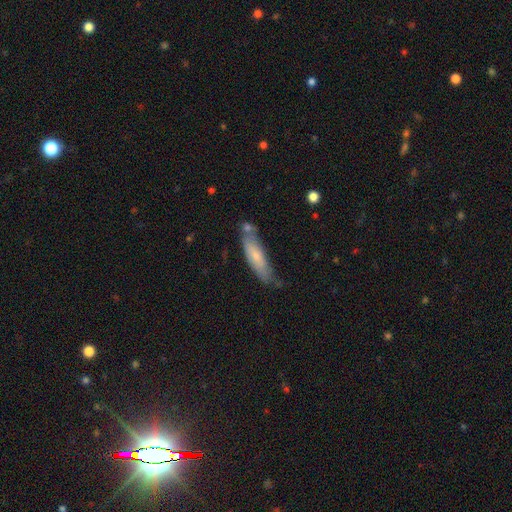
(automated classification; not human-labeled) This is likely a smooth galaxy (67%). How rounded: likely cigar-shaped (67%). Merging: possibly none (59%).